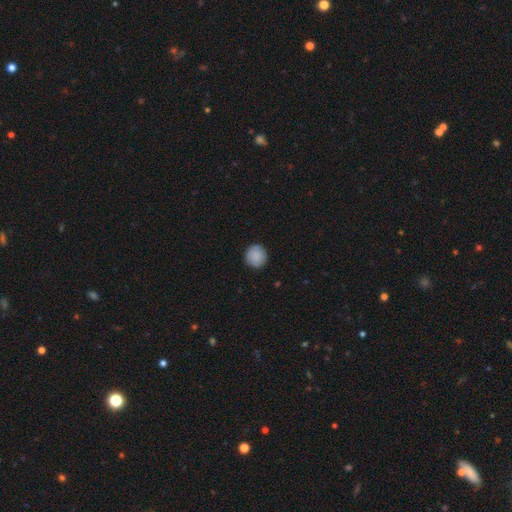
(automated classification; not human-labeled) Smooth or featured?
  - smooth: 89% *
  - star or artifact: 7%
  - featured or disk: 4%
How rounded?
  - round: 94% *
  - in between: 5%
  - cigar-shaped: 1%
Merging?
  - none: 91% *
  - minor disturbance: 7%
  - major disturbance: 2%
  - merger: 1%